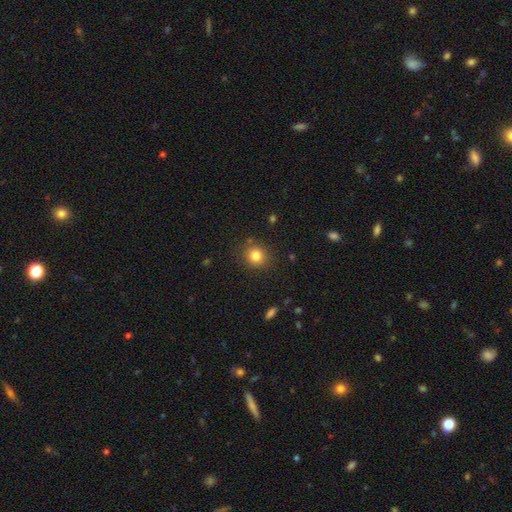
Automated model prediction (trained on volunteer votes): smooth-or-featured: smooth: 82% | star or artifact: 12% | featured or disk: 6%
  how-rounded: round: 85% | in between: 14% | cigar-shaped: 1%
  merging: none: 86% | minor disturbance: 9% | major disturbance: 3% | merger: 2%